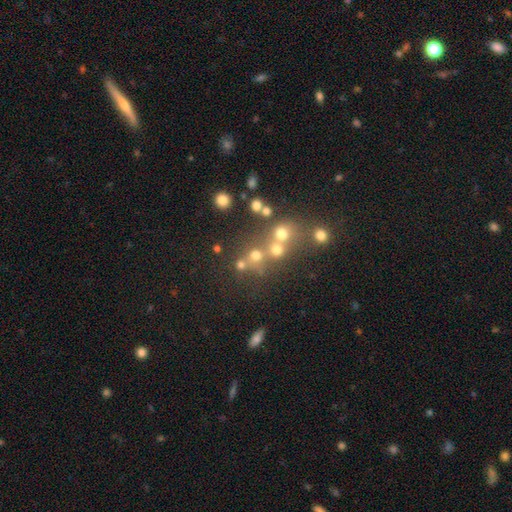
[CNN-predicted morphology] A smooth galaxy with no disk features (64%) that is round (85%). Merging: none (55%).